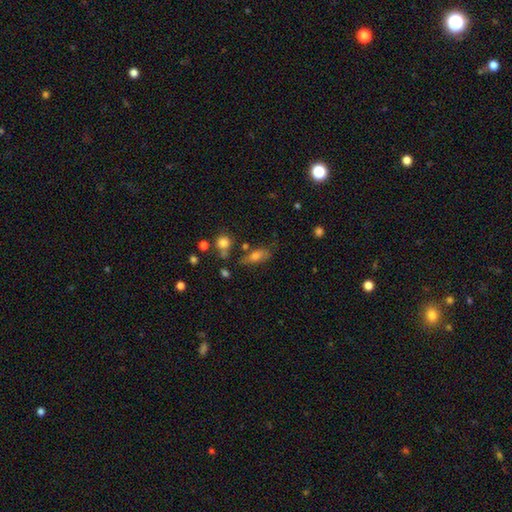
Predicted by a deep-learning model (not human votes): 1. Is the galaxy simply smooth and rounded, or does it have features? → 65% smooth, 24% featured or disk, 10% star or artifact.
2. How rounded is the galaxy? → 71% in between, 23% cigar-shaped, 6% round.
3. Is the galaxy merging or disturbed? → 58% none, 22% minor disturbance, 11% merger, 9% major disturbance.